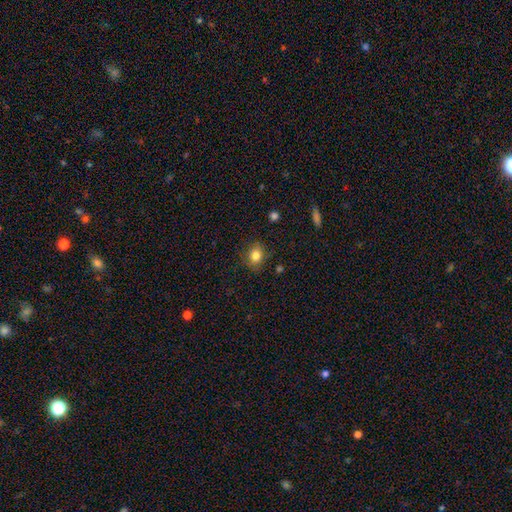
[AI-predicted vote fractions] Overall: smooth (82%). How rounded: round (60%; in between 39%). Merging: none (80%).